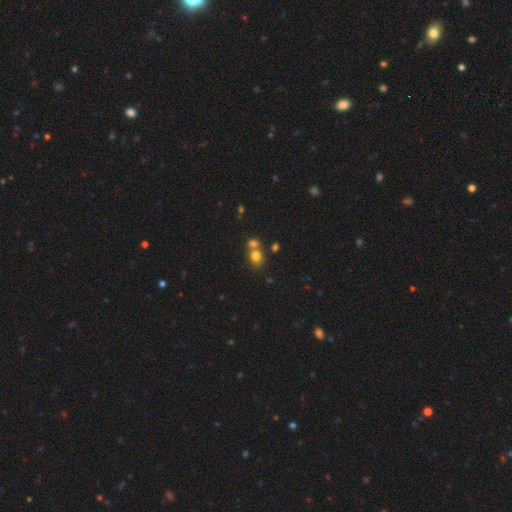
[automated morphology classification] type=smooth (77%); roundness=round (62%); merging=merger (47%).